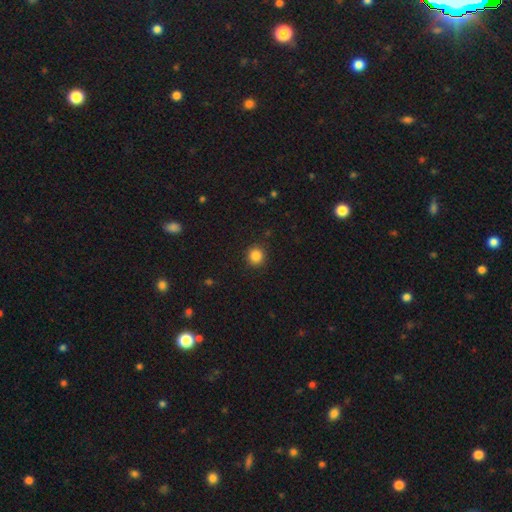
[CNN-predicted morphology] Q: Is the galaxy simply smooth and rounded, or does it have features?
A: smooth — 85%.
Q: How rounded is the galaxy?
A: round — 92%.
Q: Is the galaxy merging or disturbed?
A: none — 91%.